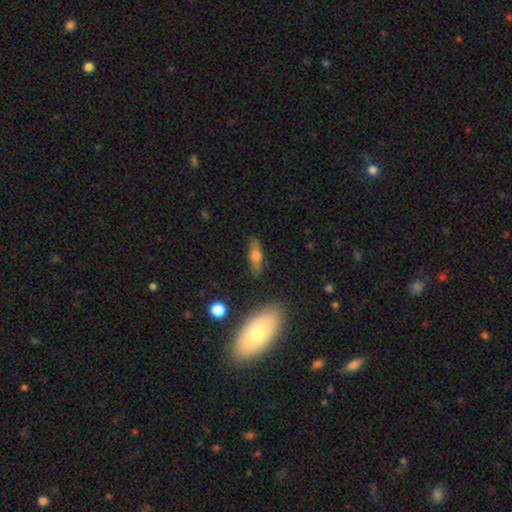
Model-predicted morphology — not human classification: Smooth or featured? smooth (55%)
How rounded? in between (51%)
Merging? none (80%)